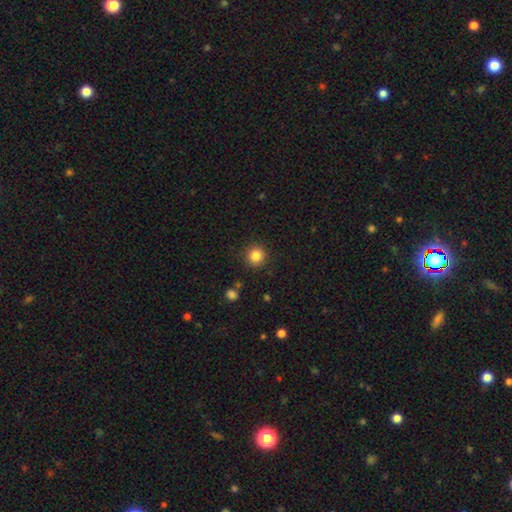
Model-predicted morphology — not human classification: A smooth galaxy with no disk features (83%) that is round (94%). Merging: none (90%).